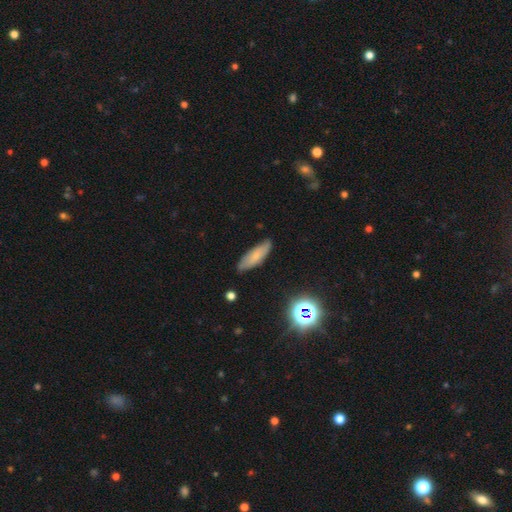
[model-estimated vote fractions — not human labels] Q: Smooth or featured?
A: smooth (68%); runner-up: featured or disk (22%)
Q: How rounded?
A: in between (53%); runner-up: cigar-shaped (44%)
Q: Merging?
A: none (79%); runner-up: minor disturbance (17%)